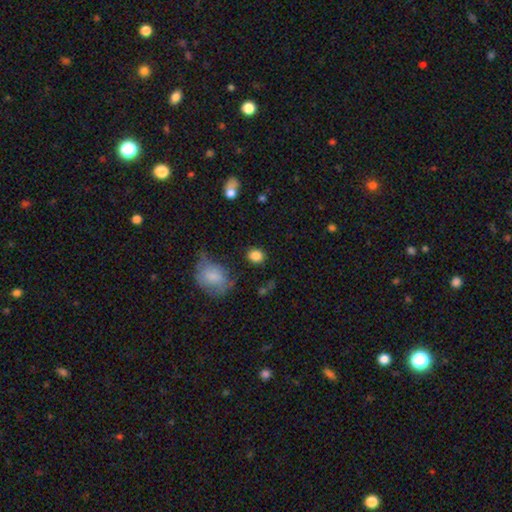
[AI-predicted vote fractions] Morphology: type=smooth (86%); roundness=round (71%); merging=none (82%).